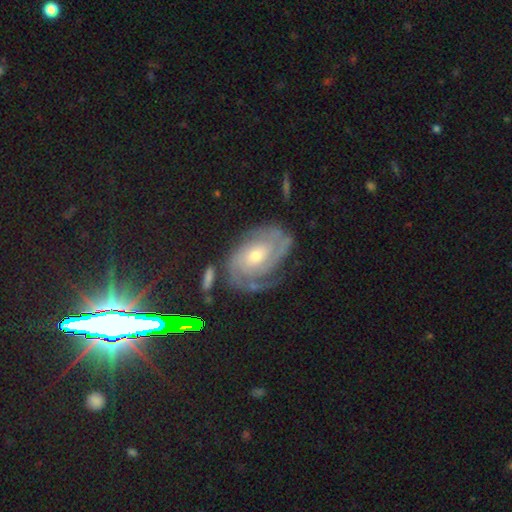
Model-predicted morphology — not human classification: Smooth or featured: featured or disk — 82% (star or artifact — 9%)
Edge-on disk: no — 97% (yes — 3%)
Bar: no — 66% (weak — 27%)
Spiral arms: yes — 96% (no — 4%)
Spiral winding: tight — 67% (medium — 27%)
Spiral arm count: 2 — 48% (can't tell — 23%)
Bulge size: moderate — 53% (small — 41%)
Merging: none — 70% (minor disturbance — 19%)